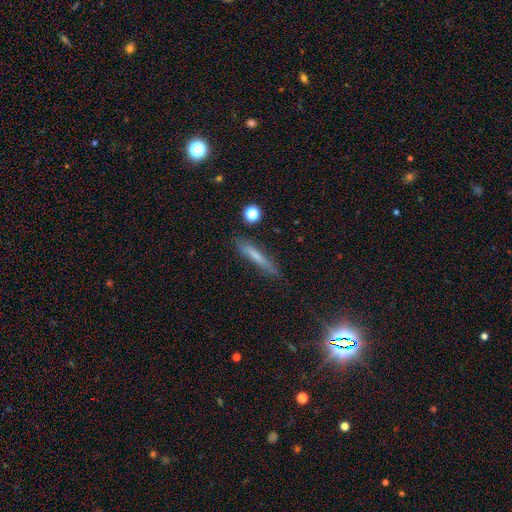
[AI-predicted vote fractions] Smooth or featured? smooth (60%)
How rounded? cigar-shaped (90%)
Merging? none (79%)